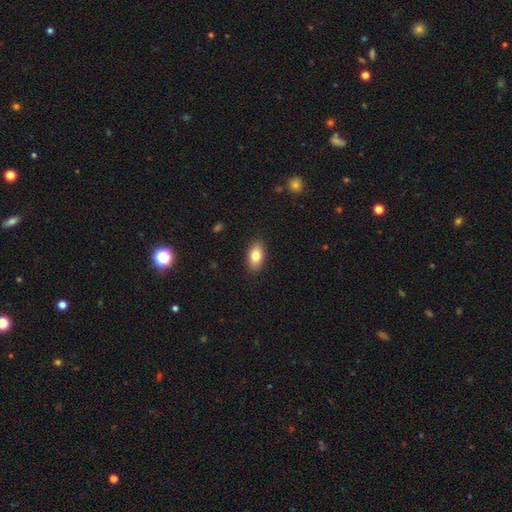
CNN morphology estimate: Overall: smooth (81%). How rounded: in between (90%). Merging: none (88%).